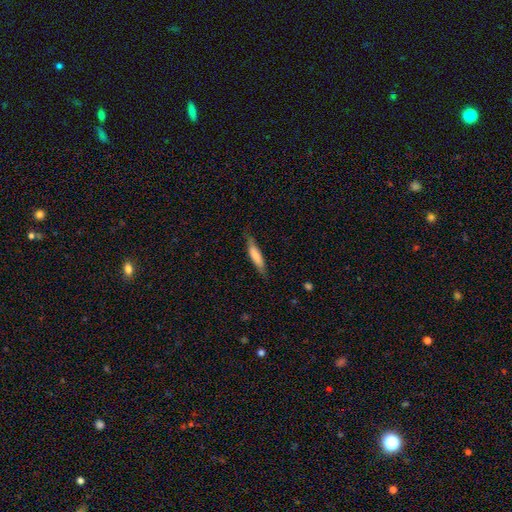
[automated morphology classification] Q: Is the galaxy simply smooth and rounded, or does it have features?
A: smooth — 72%.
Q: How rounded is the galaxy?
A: cigar-shaped — 80%.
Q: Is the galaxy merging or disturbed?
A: none — 75%.